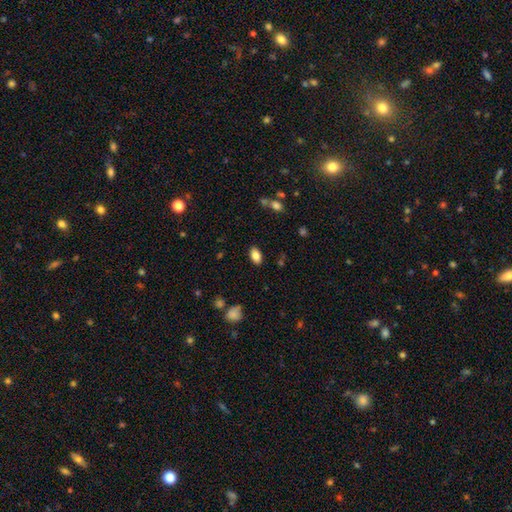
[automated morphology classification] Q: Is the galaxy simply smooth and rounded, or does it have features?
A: smooth — 82%.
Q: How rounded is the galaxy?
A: in between — 91%.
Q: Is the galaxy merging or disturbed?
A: none — 86%.